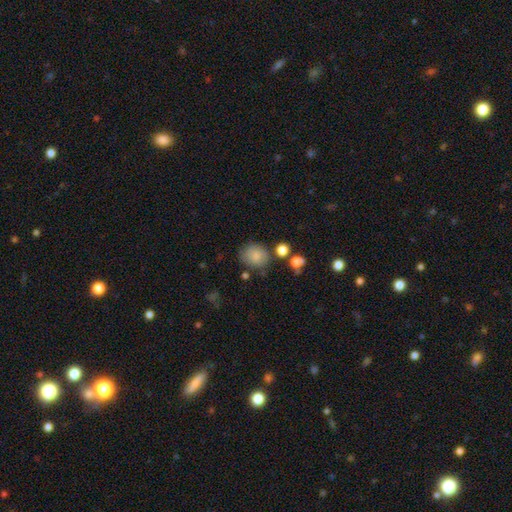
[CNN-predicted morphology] This is clearly a smooth galaxy (81%). How rounded: likely round (70%). Merging: likely none (69%).